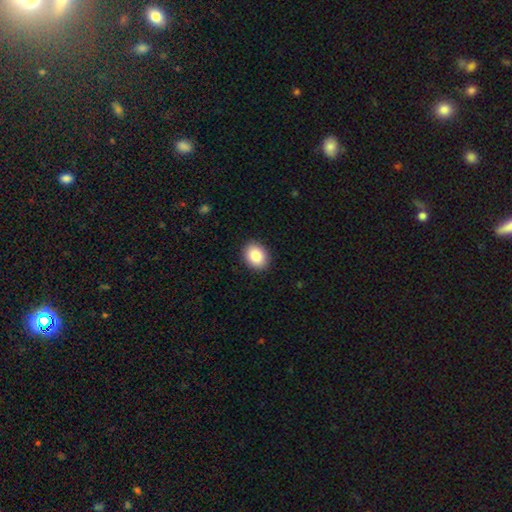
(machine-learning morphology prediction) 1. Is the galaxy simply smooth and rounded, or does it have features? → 86% smooth, 8% star or artifact, 6% featured or disk.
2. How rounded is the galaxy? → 55% in between, 44% round, 1% cigar-shaped.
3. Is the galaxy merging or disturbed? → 91% none, 7% minor disturbance, 2% major disturbance, 1% merger.